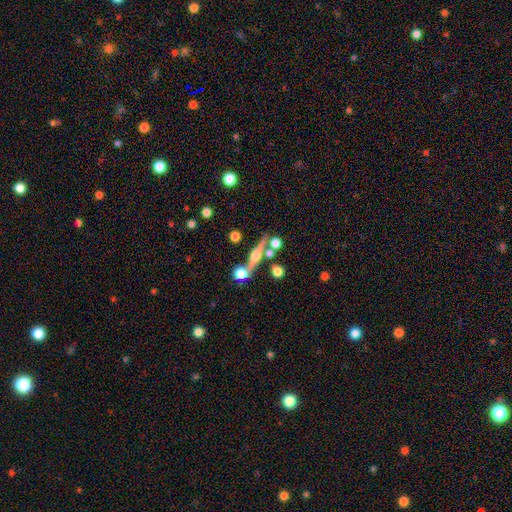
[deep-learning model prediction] This is likely a featured or disk galaxy (74%). It is clearly viewed edge-on (94%). Edge-on bulge: clearly rounded (94%). Merging: likely none (71%).